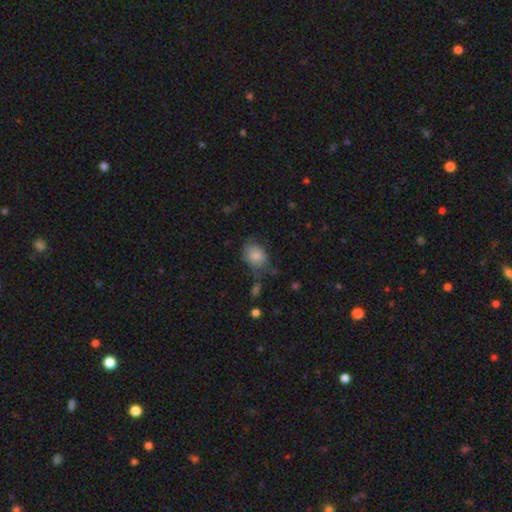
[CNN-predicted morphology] This appears to be a smooth galaxy with no disk features (83%) that is in between round and cigar-shaped (58%). Merging: none (60%).